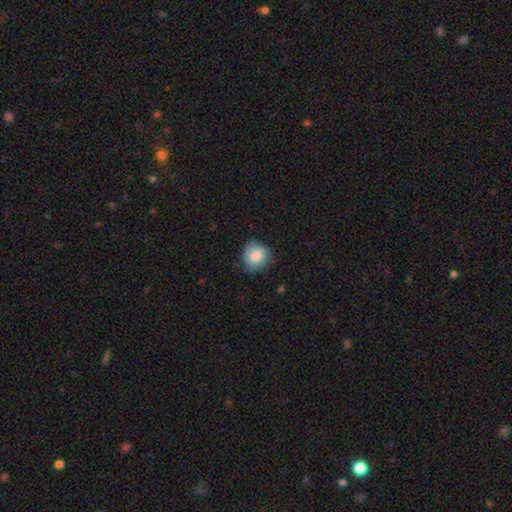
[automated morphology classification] Q: Smooth or featured?
A: smooth (76%); runner-up: featured or disk (17%)
Q: How rounded?
A: round (80%); runner-up: in between (19%)
Q: Merging?
A: none (68%); runner-up: minor disturbance (25%)